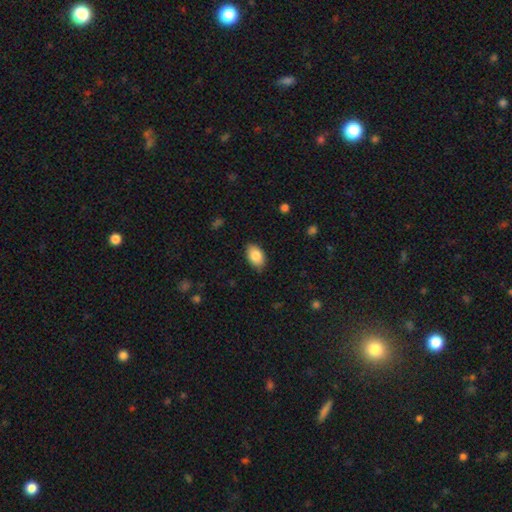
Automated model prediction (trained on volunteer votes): smooth 86%, featured or disk 8%, star or artifact 7%. Down the decision tree: how rounded — in between (91%); merging — none (84%).